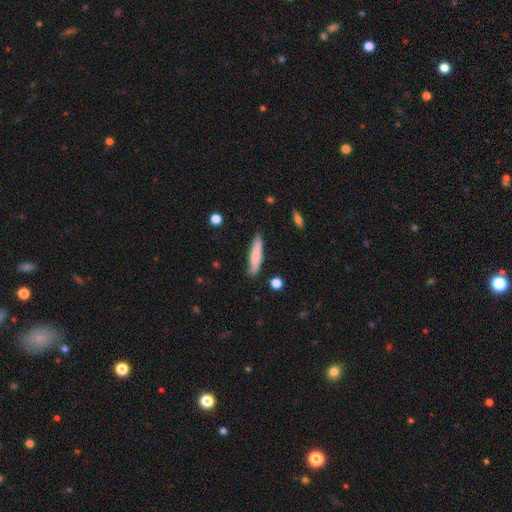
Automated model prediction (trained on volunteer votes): A smooth galaxy with no disk features (76%) that is cigar-shaped (85%). Merging: none (85%).